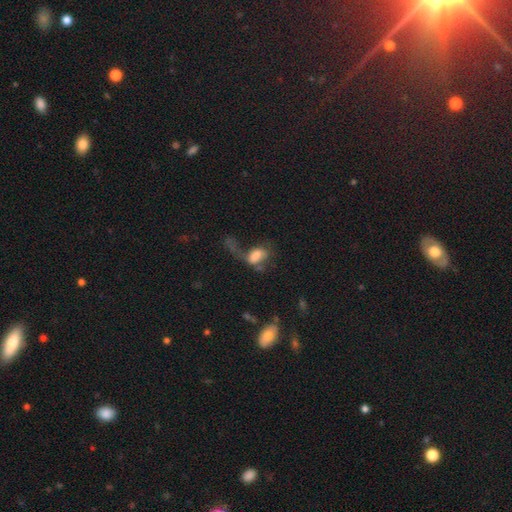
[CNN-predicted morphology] A smooth galaxy with no disk features (63%) that is in between round and cigar-shaped (85%). Merging: major disturbance (55%).